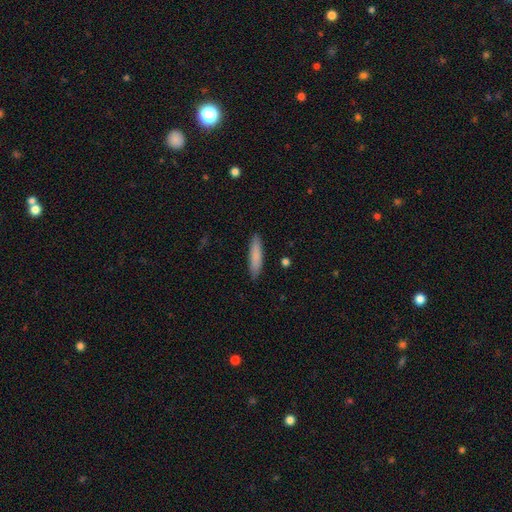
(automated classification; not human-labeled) The model was most divided on "how rounded": cigar-shaped: 82%, in between: 17%, round: 1%. More confident: merging — none (89%); smooth or featured — smooth (84%).